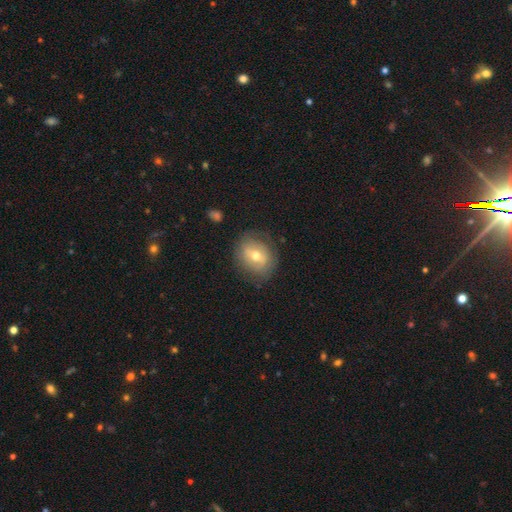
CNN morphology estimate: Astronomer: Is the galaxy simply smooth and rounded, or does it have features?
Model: smooth — 51% (runner-up: featured or disk, 40%).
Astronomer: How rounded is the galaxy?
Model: round — 60% (runner-up: in between, 39%).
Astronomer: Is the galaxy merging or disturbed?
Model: none — 76%.